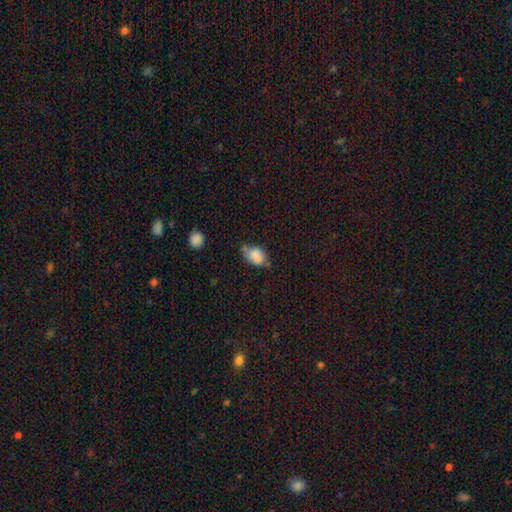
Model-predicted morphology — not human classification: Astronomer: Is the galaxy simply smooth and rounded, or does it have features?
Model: smooth — 77%.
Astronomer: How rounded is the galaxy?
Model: in between — 78%.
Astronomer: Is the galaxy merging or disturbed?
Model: none — 38% (runner-up: minor disturbance, 37%).